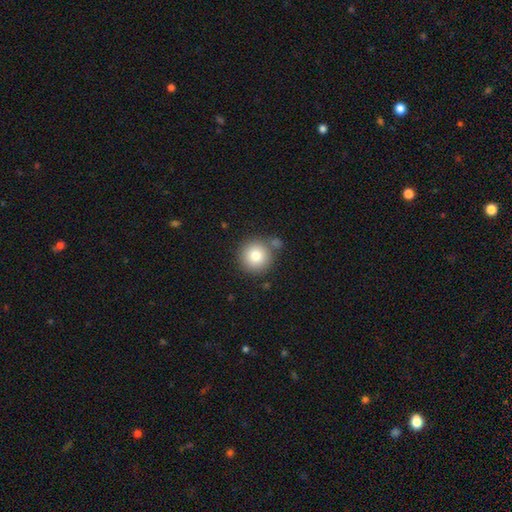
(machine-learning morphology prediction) smooth 80%, star or artifact 10%, featured or disk 10%. Down the decision tree: how rounded — round (94%); merging — none (75%).